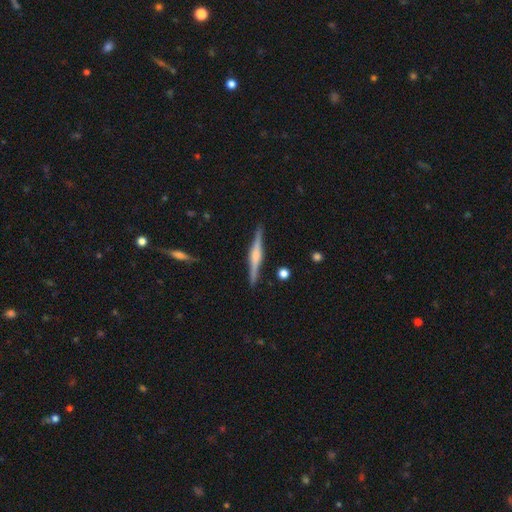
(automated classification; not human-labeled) This appears to be a featured or disk galaxy (76%) viewed edge-on (98%) with a rounded central bulge (71%). Merging: none (91%).